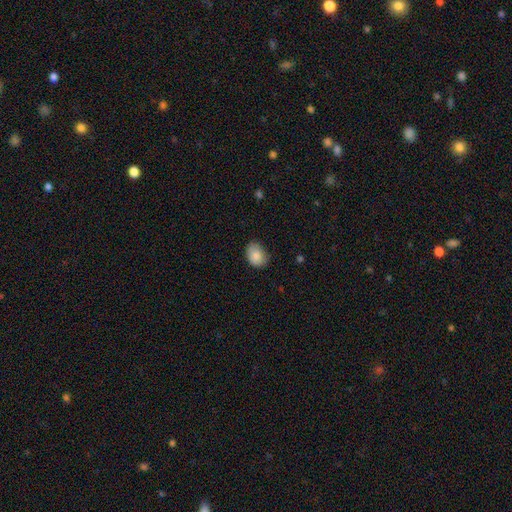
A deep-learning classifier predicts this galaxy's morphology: This appears to be a smooth galaxy with no disk features (86%) that is in between round and cigar-shaped (68%). Merging: none (70%).